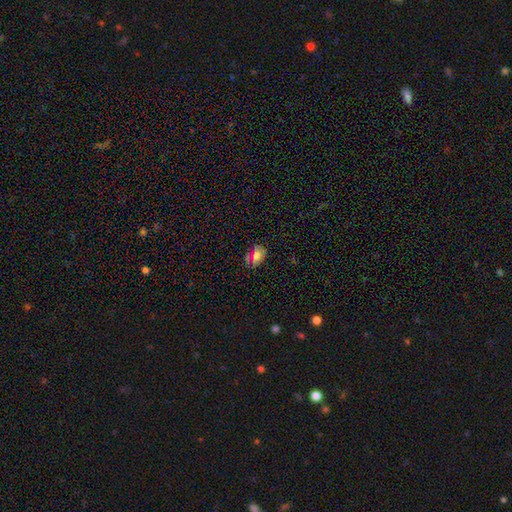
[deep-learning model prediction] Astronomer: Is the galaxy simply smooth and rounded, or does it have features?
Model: smooth — 68%.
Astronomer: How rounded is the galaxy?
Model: in between — 78%.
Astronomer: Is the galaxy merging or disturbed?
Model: none — 74%.